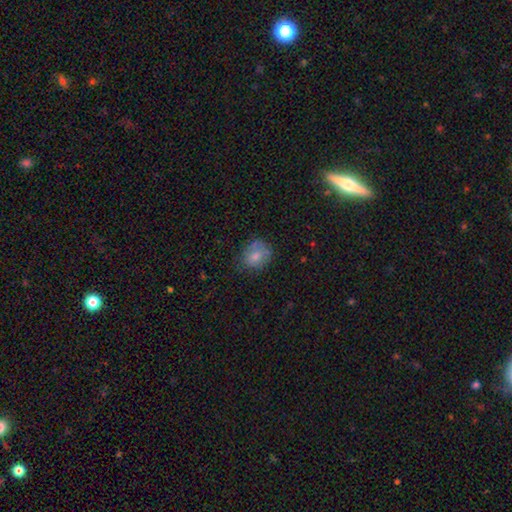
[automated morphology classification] Smooth or featured?
  - smooth: 73% *
  - featured or disk: 18%
  - star or artifact: 9%
How rounded?
  - round: 59% *
  - in between: 40%
  - cigar-shaped: 1%
Merging?
  - none: 62% *
  - minor disturbance: 25%
  - major disturbance: 10%
  - merger: 3%